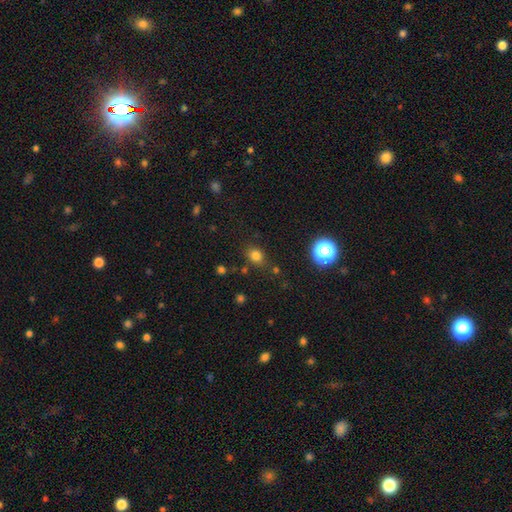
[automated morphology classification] Smooth or featured: smooth — 78% (star or artifact — 17%)
How rounded: round — 63% (in between — 36%)
Merging: none — 77% (minor disturbance — 14%)